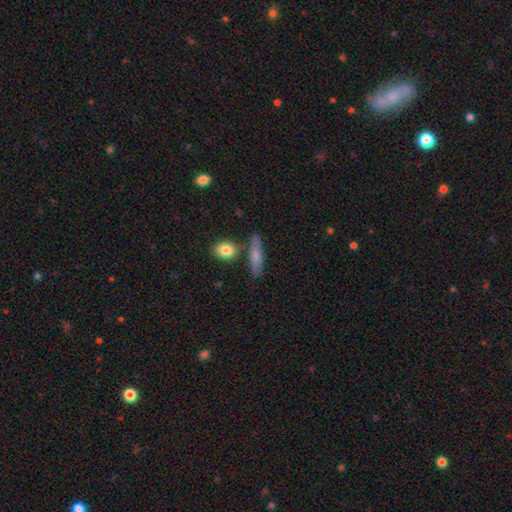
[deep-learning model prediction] This is likely a smooth galaxy (69%). How rounded: likely cigar-shaped (63%). Merging: likely none (71%).